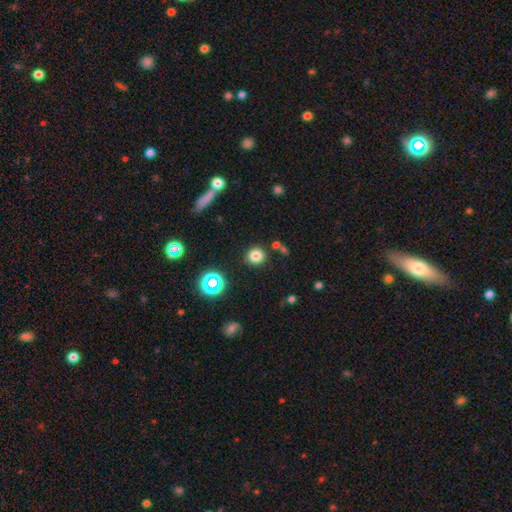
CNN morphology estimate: Smooth or featured? Predicted: smooth (p=0.77). How rounded? Predicted: round (p=0.89). Merging? Predicted: none (p=0.85).